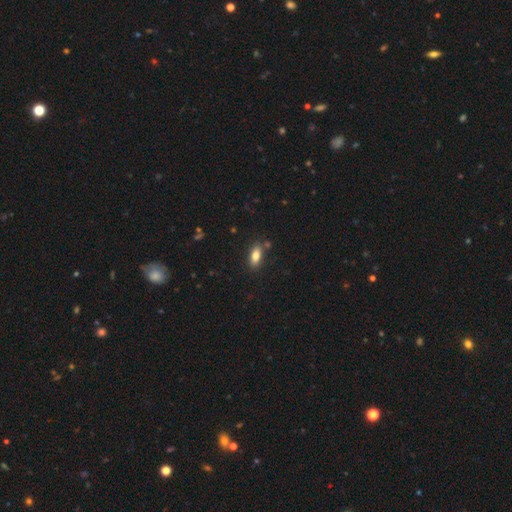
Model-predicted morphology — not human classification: type=smooth (80%); roundness=in between (84%); merging=none (81%).